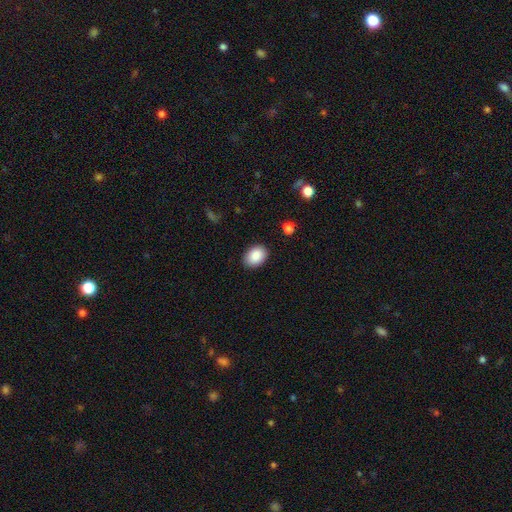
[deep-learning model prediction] Smooth or featured?
  - smooth: 88% *
  - star or artifact: 7%
  - featured or disk: 4%
How rounded?
  - in between: 79% *
  - round: 20%
  - cigar-shaped: 1%
Merging?
  - none: 87% *
  - minor disturbance: 10%
  - major disturbance: 2%
  - merger: 1%